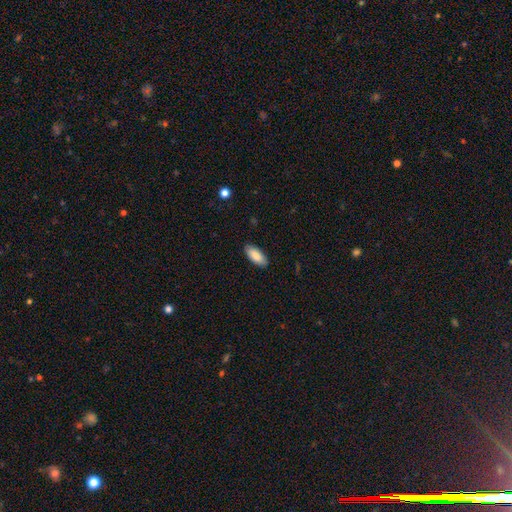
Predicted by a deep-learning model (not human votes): This appears to be a smooth galaxy with no disk features (86%) that is in between round and cigar-shaped (86%). Merging: none (88%).